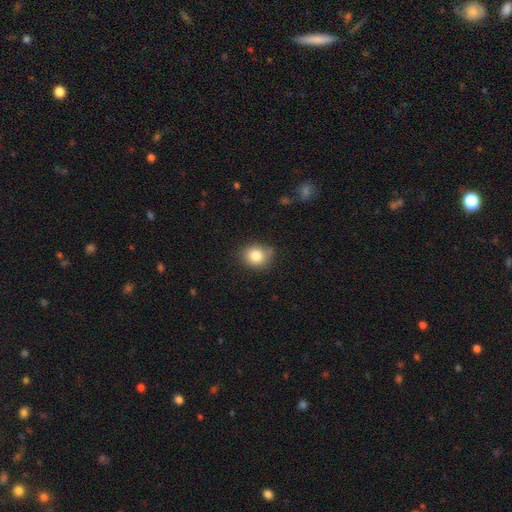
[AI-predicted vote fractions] Smooth or featured: smooth — 84% (star or artifact — 10%)
How rounded: round — 69% (in between — 30%)
Merging: none — 74% (minor disturbance — 17%)